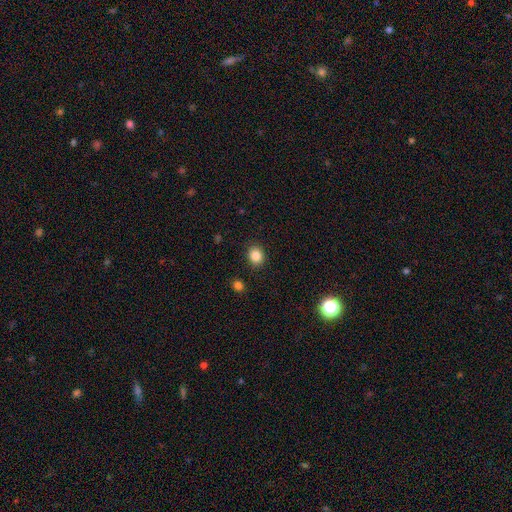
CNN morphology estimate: smooth 86%, star or artifact 10%, featured or disk 4%. Down the decision tree: how rounded — round (68%); merging — none (88%).